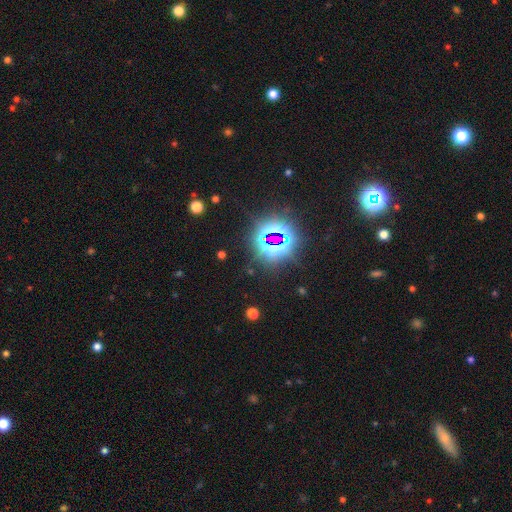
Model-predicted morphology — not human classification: This is likely a star or artifact rather than a galaxy (78%).